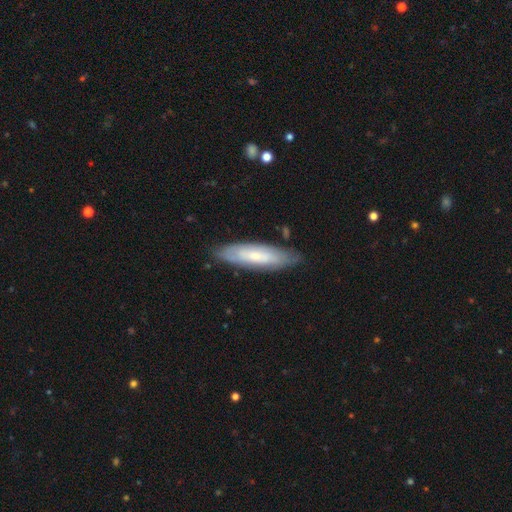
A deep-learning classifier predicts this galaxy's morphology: A smooth galaxy with no disk features (53%) that is cigar-shaped (62%).

Vote fractions:
- Smooth or featured? smooth: 53% / featured or disk: 41% / star or artifact: 6%
- How rounded? cigar-shaped: 62% / in between: 36% / round: 1%
- Merging? none: 82% / minor disturbance: 14% / major disturbance: 3% / merger: 1%